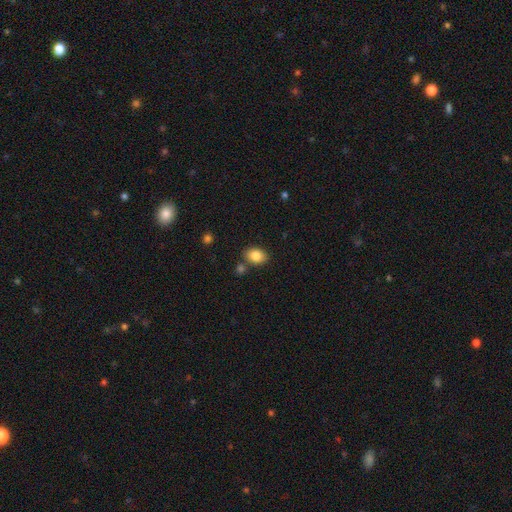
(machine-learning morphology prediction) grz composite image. It shows a smooth galaxy with no disk features (85%) that is in between round and cigar-shaped (71%). Merging: none (75%).